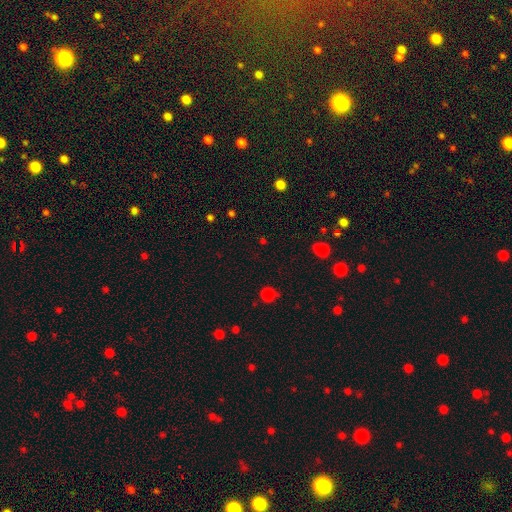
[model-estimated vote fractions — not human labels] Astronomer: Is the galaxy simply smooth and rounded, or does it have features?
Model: star or artifact — 47% (runner-up: smooth, 46%).